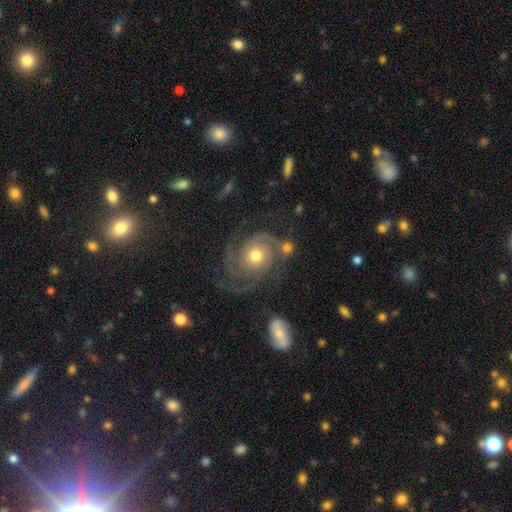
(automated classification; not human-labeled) A featured or disk galaxy (85%) with no bar (80%), 2 (46%) tight (48%) spiral arms (96%) and a moderate central bulge (73%). Merging: none (57%).